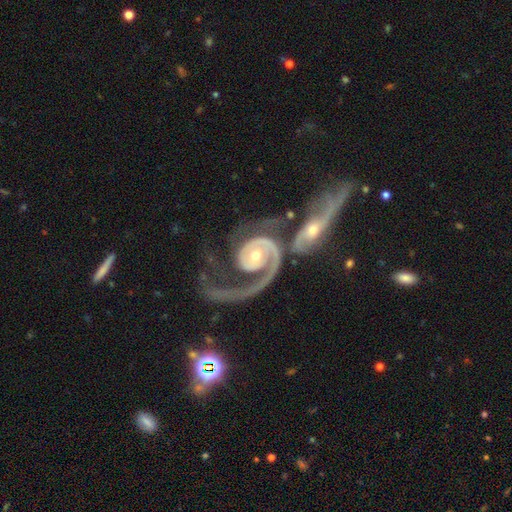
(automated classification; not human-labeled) Morphology: type=featured or disk (90%); edge-on=no (97%); bar=no (66%); spiral arms=yes (96%); winding=medium (37%); arm count=1 (55%); bulge=moderate (57%); merging=merger (49%).